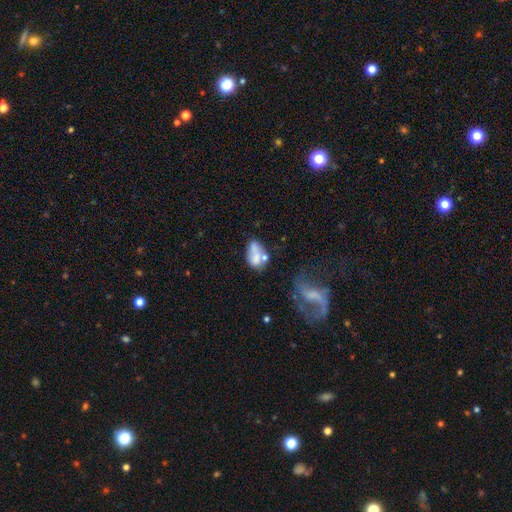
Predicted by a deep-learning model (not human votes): A smooth galaxy with no disk features (63%) that is in between round and cigar-shaped (87%). Merging: none (33%).